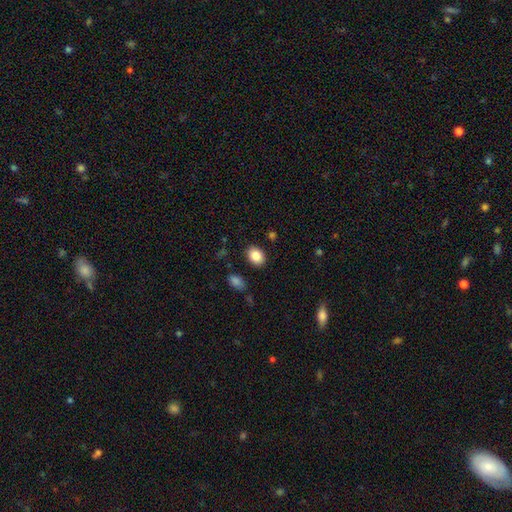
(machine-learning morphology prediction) Q: Smooth or featured?
A: smooth (87%); runner-up: star or artifact (8%)
Q: How rounded?
A: in between (68%); runner-up: round (31%)
Q: Merging?
A: none (87%); runner-up: minor disturbance (9%)